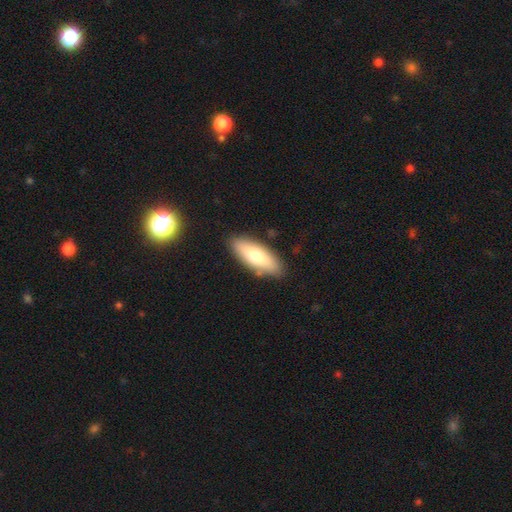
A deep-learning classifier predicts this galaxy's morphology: Smooth or featured: smooth — 71% (featured or disk — 23%)
How rounded: in between — 64% (cigar-shaped — 34%)
Merging: none — 84% (minor disturbance — 11%)